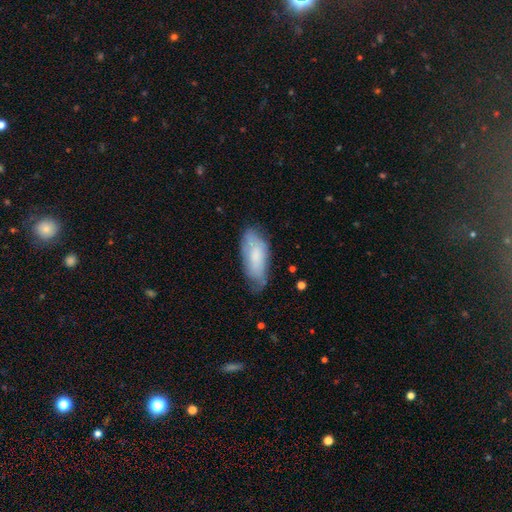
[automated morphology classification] smooth_or_featured: smooth (p=0.67) [alt: featured or disk p=0.26]
how_rounded: in between (p=0.83) [alt: cigar-shaped p=0.15]
merging: none (p=0.58) [alt: minor disturbance p=0.32]